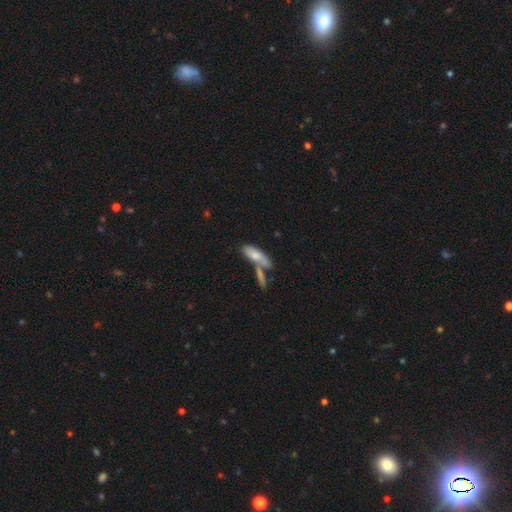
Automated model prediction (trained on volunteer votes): Smooth or featured? Predicted: smooth (p=0.70). How rounded? Predicted: in between (p=0.62). Merging? Predicted: merger (p=0.42).